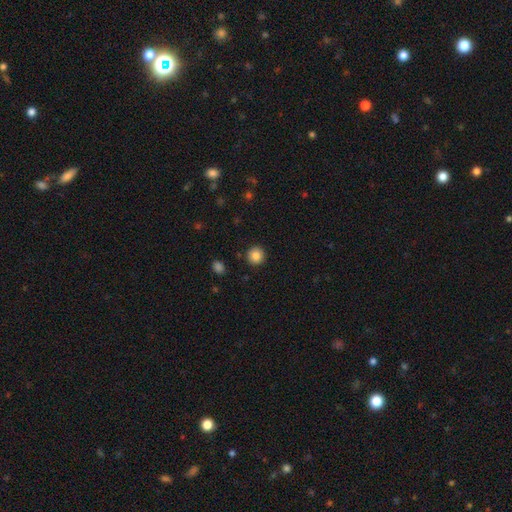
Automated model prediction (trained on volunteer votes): Q: Smooth or featured?
A: smooth (85%); runner-up: star or artifact (9%)
Q: How rounded?
A: round (94%); runner-up: in between (5%)
Q: Merging?
A: none (91%); runner-up: minor disturbance (5%)